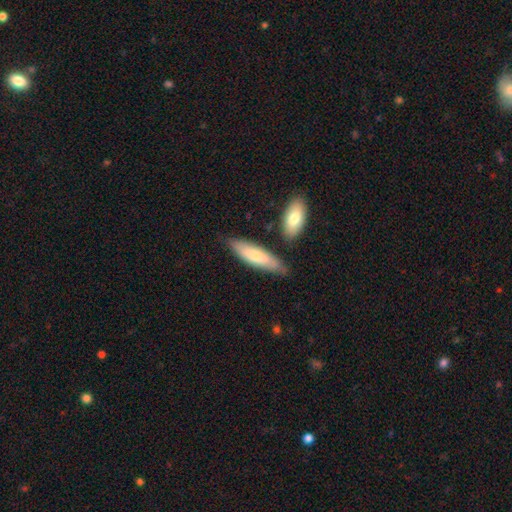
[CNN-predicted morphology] Overall: smooth (70%). How rounded: cigar-shaped (58%; in between 40%). Merging: none (71%).